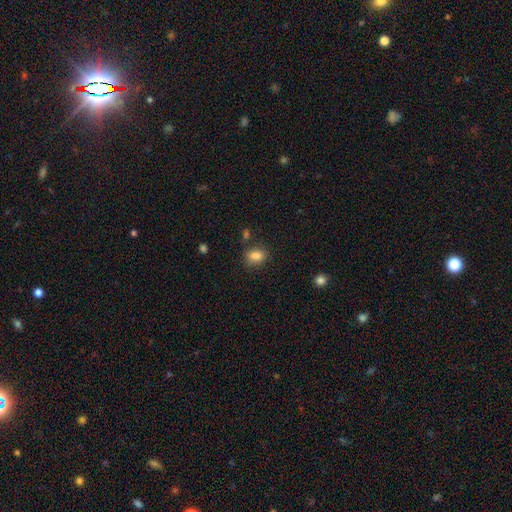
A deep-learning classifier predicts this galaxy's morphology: Smooth or featured: smooth — 85% (star or artifact — 10%)
How rounded: in between — 70% (round — 28%)
Merging: none — 76% (minor disturbance — 14%)